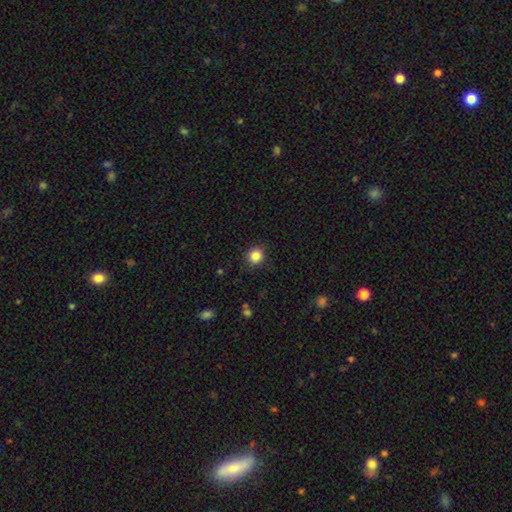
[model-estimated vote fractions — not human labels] Smooth or featured?
  - smooth: 85% *
  - star or artifact: 11%
  - featured or disk: 4%
How rounded?
  - round: 89% *
  - in between: 10%
  - cigar-shaped: 1%
Merging?
  - none: 88% *
  - minor disturbance: 8%
  - major disturbance: 2%
  - merger: 1%